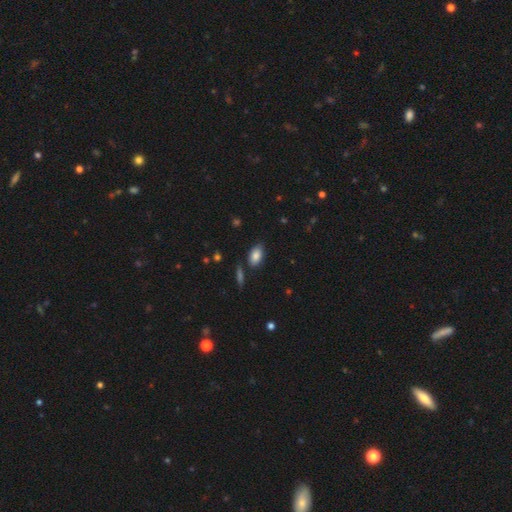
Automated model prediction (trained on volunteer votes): Overall: smooth (84%). How rounded: in between (92%). Merging: none (80%).